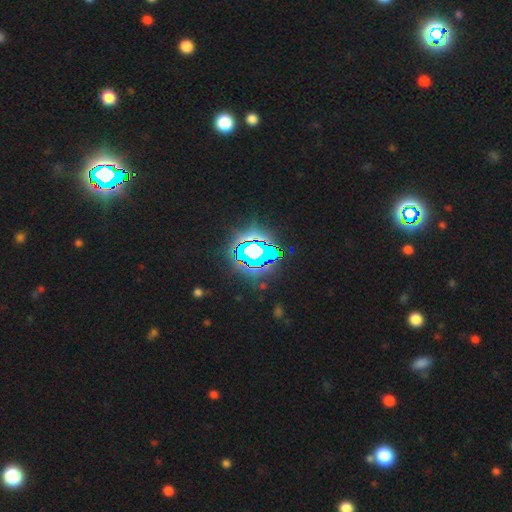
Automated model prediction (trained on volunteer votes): Smooth or featured: star or artifact — 77% (featured or disk — 12%)